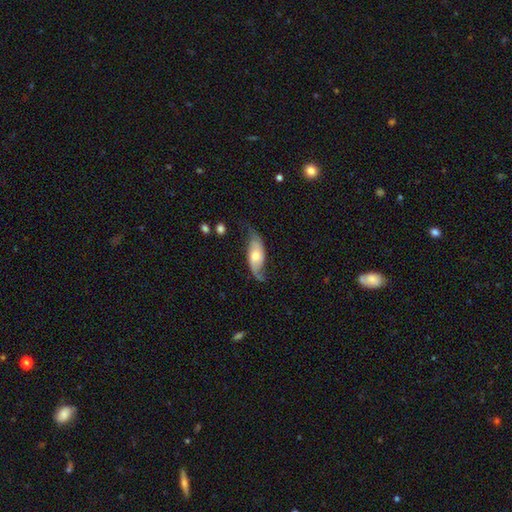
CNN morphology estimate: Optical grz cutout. It shows a featured or disk galaxy (65%) with no bar (69%), 2 (85%) loose (70%) spiral arms (88%) and a moderate central bulge (60%). Merging: none (56%).